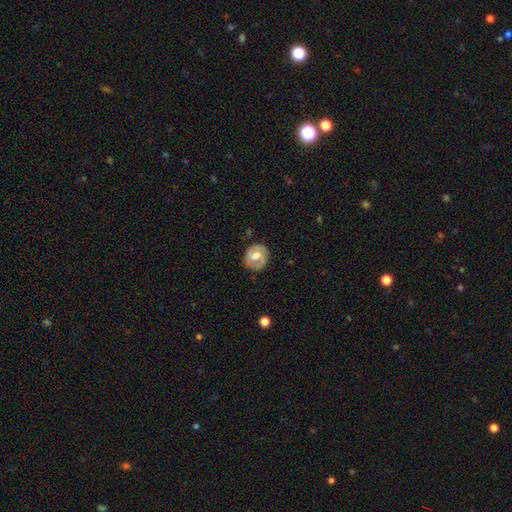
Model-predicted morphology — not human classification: Smooth or featured: featured or disk — 66% (smooth — 28%)
Edge-on disk: no — 97% (yes — 3%)
Bar: weak — 48% (no — 38%)
Spiral arms: yes — 86% (no — 14%)
Spiral winding: tight — 44% (medium — 43%)
Spiral arm count: 2 — 80% (can't tell — 10%)
Bulge size: moderate — 62% (large — 17%)
Merging: none — 79% (minor disturbance — 15%)